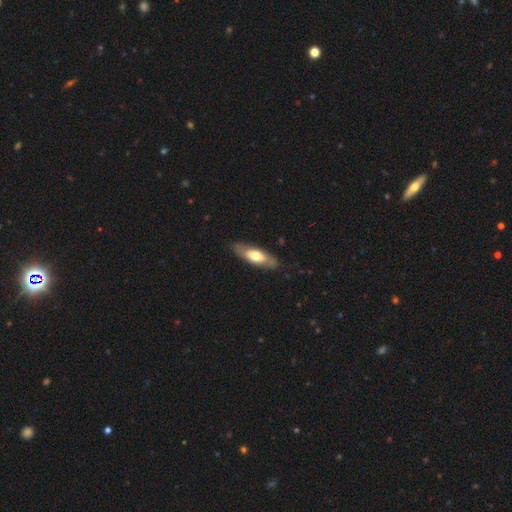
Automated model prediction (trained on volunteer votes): This is possibly a smooth galaxy (52%). How rounded: likely in between (60%). Merging: clearly none (82%).